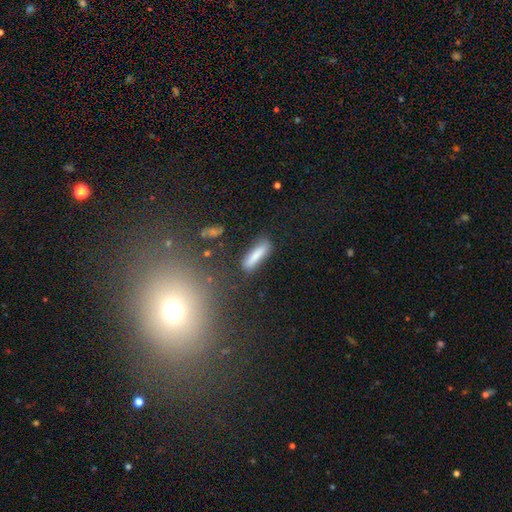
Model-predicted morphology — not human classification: smooth-or-featured: smooth: 80% | featured or disk: 13% | star or artifact: 7%
  how-rounded: cigar-shaped: 75% | in between: 24% | round: 2%
  merging: none: 78% | minor disturbance: 14% | major disturbance: 4% | merger: 4%